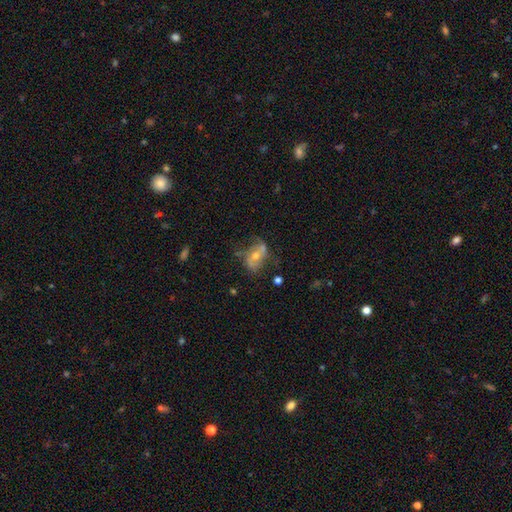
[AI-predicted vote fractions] Smooth or featured? Predicted: featured or disk (p=0.63). Edge-on disk? Predicted: no (p=0.93). Bar? Predicted: no (p=0.59). Spiral arms? Predicted: yes (p=0.69). Bulge size? Predicted: moderate (p=0.58). Merging? Predicted: none (p=0.59).